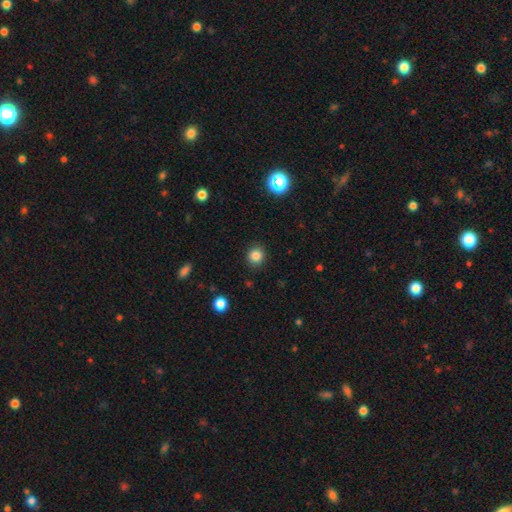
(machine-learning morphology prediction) Smooth or featured? Predicted: smooth (p=0.83). How rounded? Predicted: round (p=0.87). Merging? Predicted: none (p=0.89).